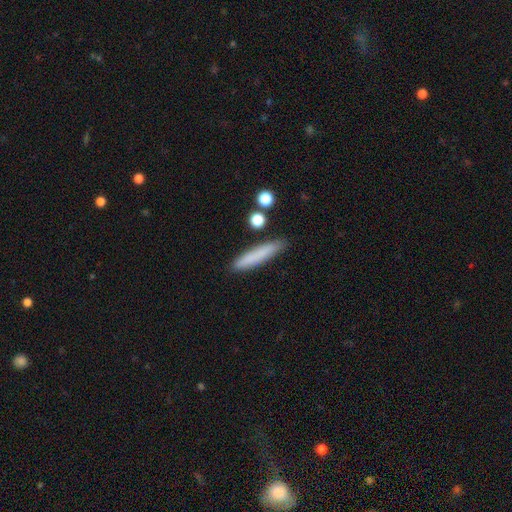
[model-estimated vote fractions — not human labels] Smooth or featured?
  - smooth: 76% *
  - featured or disk: 16%
  - star or artifact: 8%
How rounded?
  - cigar-shaped: 91% *
  - in between: 8%
  - round: 2%
Merging?
  - none: 84% *
  - minor disturbance: 10%
  - merger: 3%
  - major disturbance: 2%